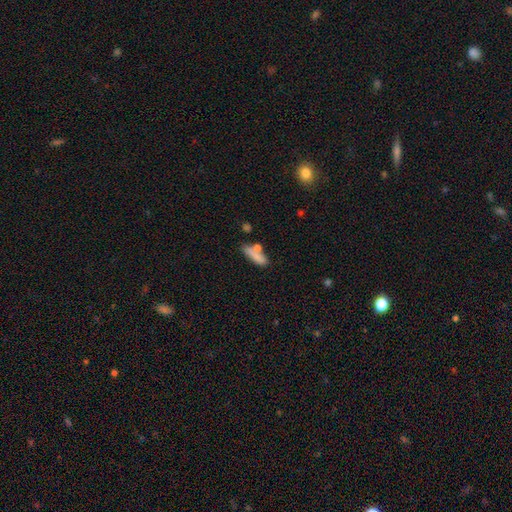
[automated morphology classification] Smooth or featured: smooth — 76% (featured or disk — 15%)
How rounded: cigar-shaped — 58% (in between — 39%)
Merging: none — 55% (merger — 21%)